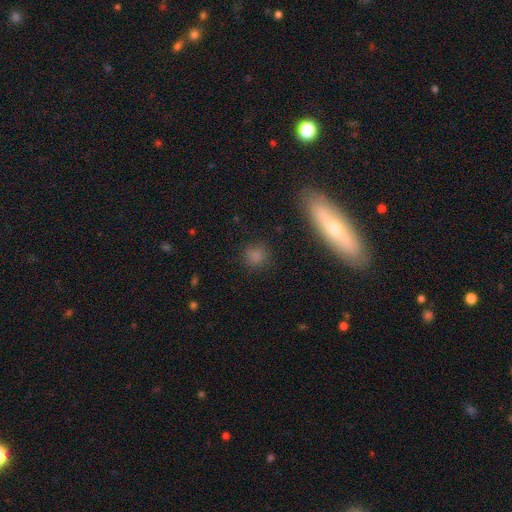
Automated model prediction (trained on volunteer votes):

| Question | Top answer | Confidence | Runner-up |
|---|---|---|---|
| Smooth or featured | smooth | 78% | star or artifact (17%) |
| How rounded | round | 88% | in between (11%) |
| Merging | none | 85% | minor disturbance (9%) |